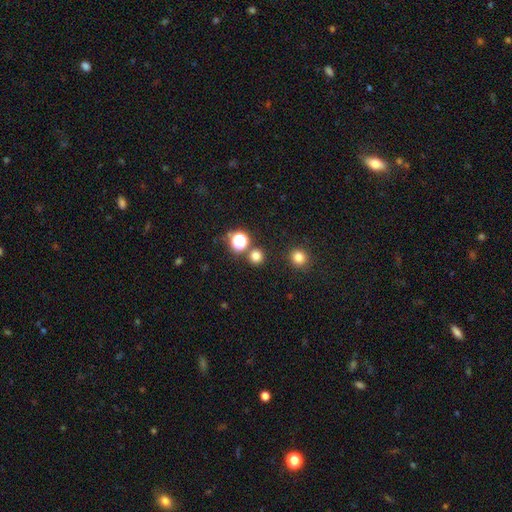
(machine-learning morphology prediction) smooth 73%, star or artifact 23%, featured or disk 5%. Down the decision tree: how rounded — round (92%); merging — none (84%).